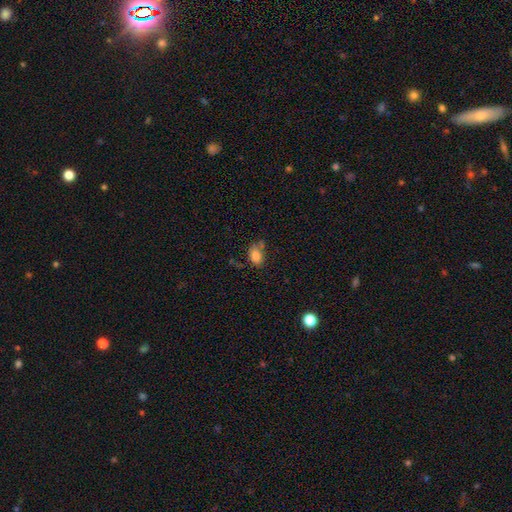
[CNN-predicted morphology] Overall: smooth (81%). How rounded: in between (78%). Merging: none (53%; minor disturbance 25%).